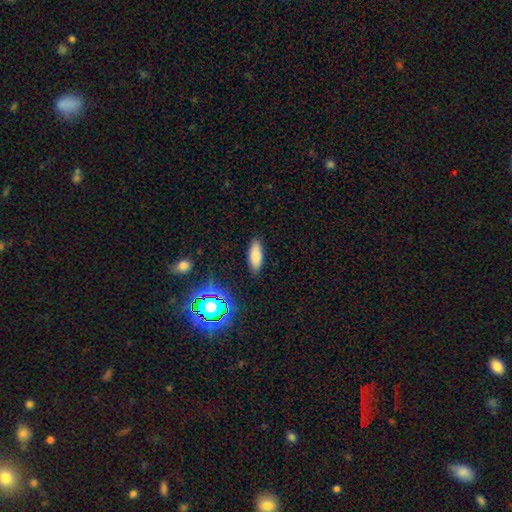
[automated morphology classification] A smooth galaxy with no disk features (79%) that is in between round and cigar-shaped (75%). Merging: none (88%).